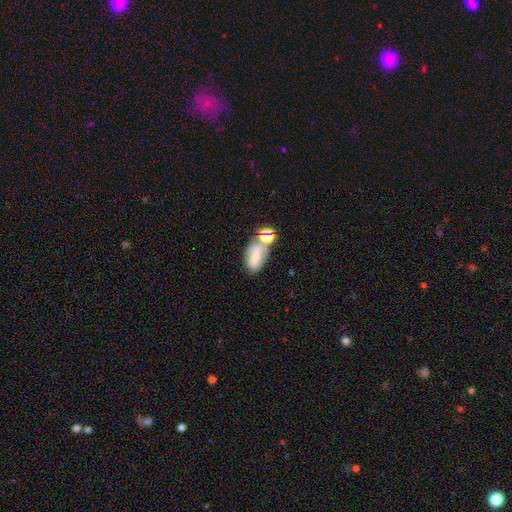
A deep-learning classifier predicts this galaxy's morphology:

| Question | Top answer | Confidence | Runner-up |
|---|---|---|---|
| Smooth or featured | smooth | 56% | featured or disk (30%) |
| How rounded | in between | 85% | round (11%) |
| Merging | none | 44% | merger (30%) |